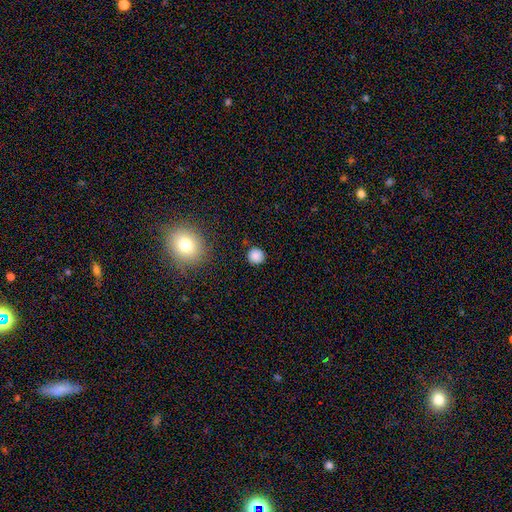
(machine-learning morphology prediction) Overall: smooth (85%). How rounded: round (94%). Merging: none (89%).